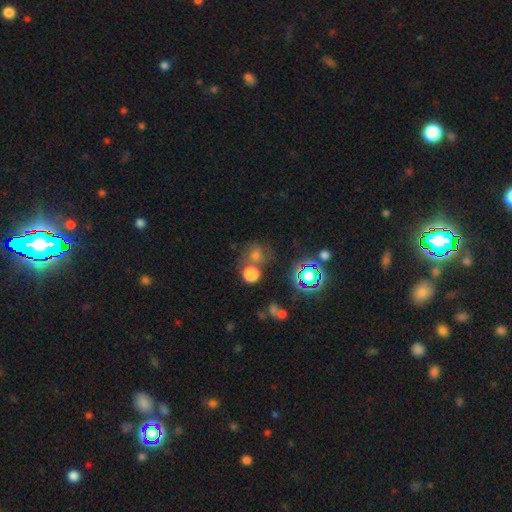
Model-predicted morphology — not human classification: Smooth or featured: smooth — 60% (star or artifact — 30%)
How rounded: round — 81% (in between — 18%)
Merging: none — 56% (merger — 27%)